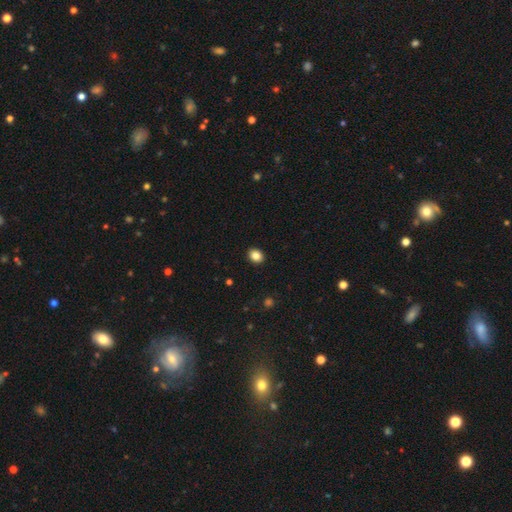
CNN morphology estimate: Smooth or featured?
  - smooth: 86% *
  - star or artifact: 10%
  - featured or disk: 4%
How rounded?
  - round: 51% *
  - in between: 48%
  - cigar-shaped: 1%
Merging?
  - none: 91% *
  - minor disturbance: 6%
  - major disturbance: 2%
  - merger: 1%